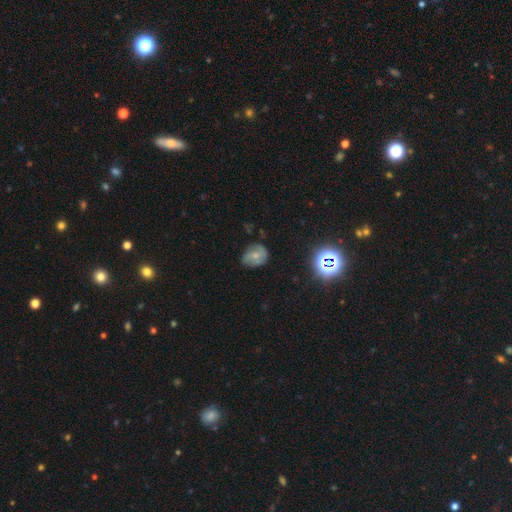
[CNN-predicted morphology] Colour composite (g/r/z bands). It shows a smooth galaxy with no disk features (46%). Merging: none (60%).